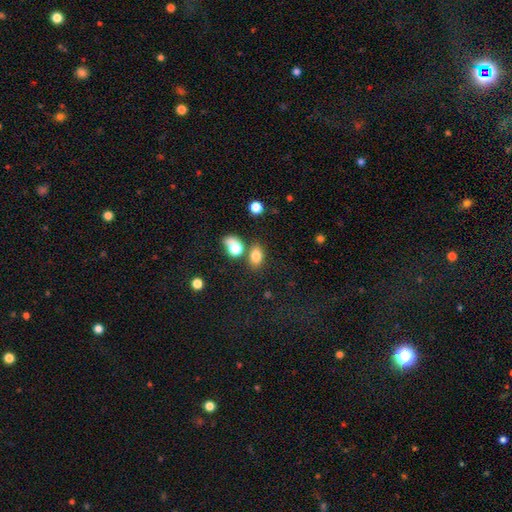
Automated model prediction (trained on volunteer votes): Overall: smooth (79%). How rounded: in between (74%). Merging: none (66%).